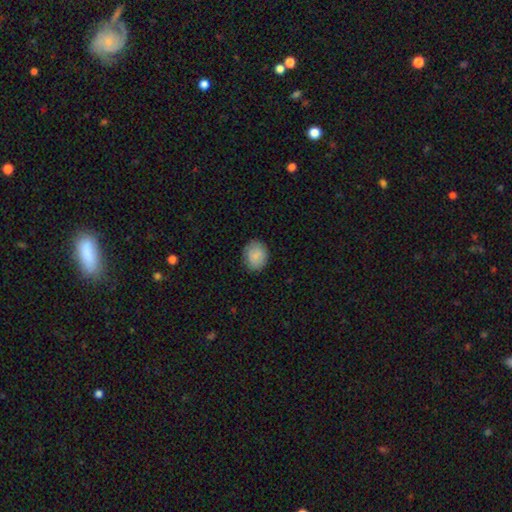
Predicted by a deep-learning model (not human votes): Morphology: type=smooth (88%); roundness=round (58%); merging=none (85%).